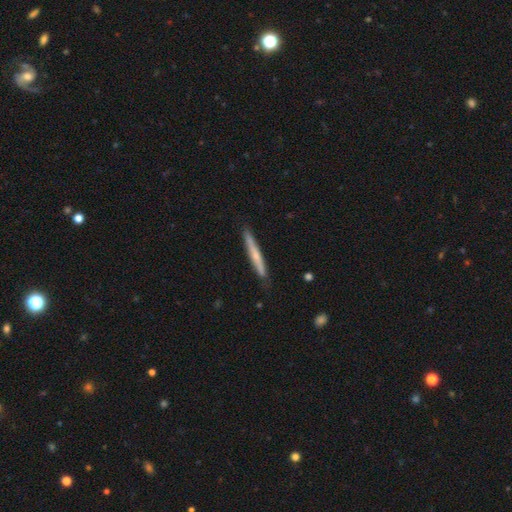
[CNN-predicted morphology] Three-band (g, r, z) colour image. It shows a smooth galaxy with no disk features (49%). Merging: none (85%).